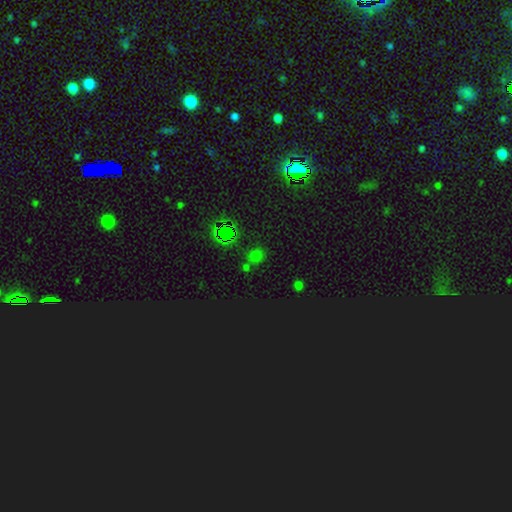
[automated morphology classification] type=smooth (55%); roundness=round (85%); merging=none (75%).